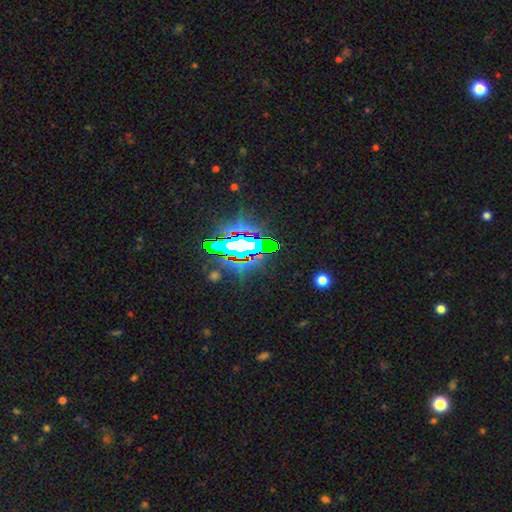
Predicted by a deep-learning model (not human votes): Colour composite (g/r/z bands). It shows a star or artifact, not a galaxy (72%).